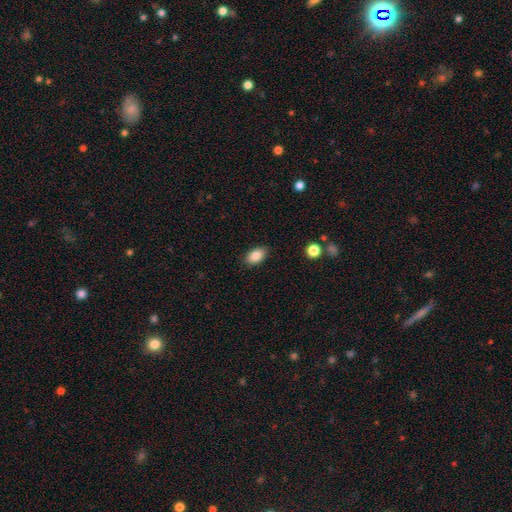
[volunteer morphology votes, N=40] smooth 82%, star or artifact 10%, featured or disk 8%. Down the decision tree: how rounded — in between (91%); merging — none (92%).